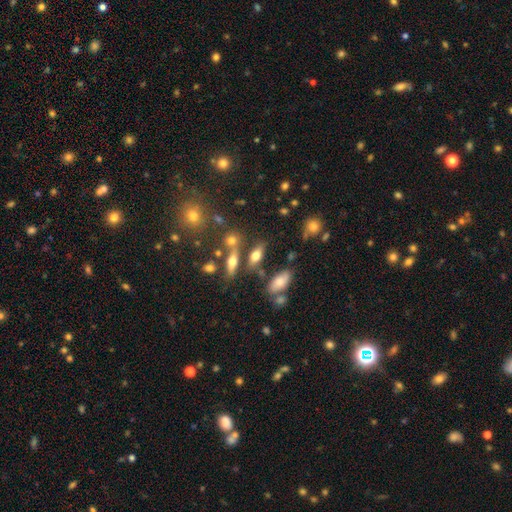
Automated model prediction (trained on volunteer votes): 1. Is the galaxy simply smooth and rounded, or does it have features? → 62% smooth, 25% featured or disk, 13% star or artifact.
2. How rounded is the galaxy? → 68% in between, 23% cigar-shaped, 9% round.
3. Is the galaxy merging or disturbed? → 66% none, 16% merger, 13% minor disturbance, 5% major disturbance.